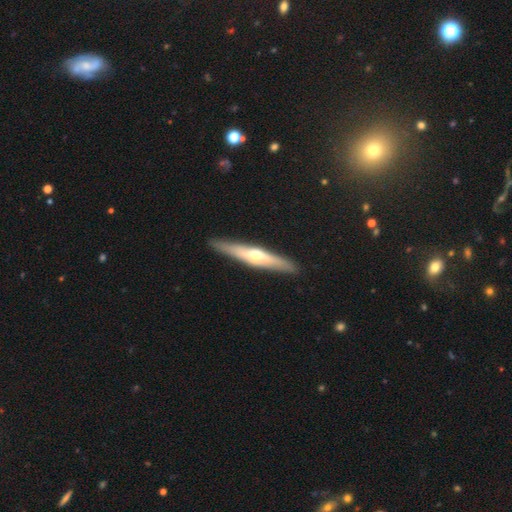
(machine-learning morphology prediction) Smooth or featured: featured or disk — 63% (smooth — 32%)
Edge-on disk: yes — 93% (no — 7%)
Edge-on bulge: rounded — 86% (none — 9%)
Merging: none — 90% (minor disturbance — 7%)